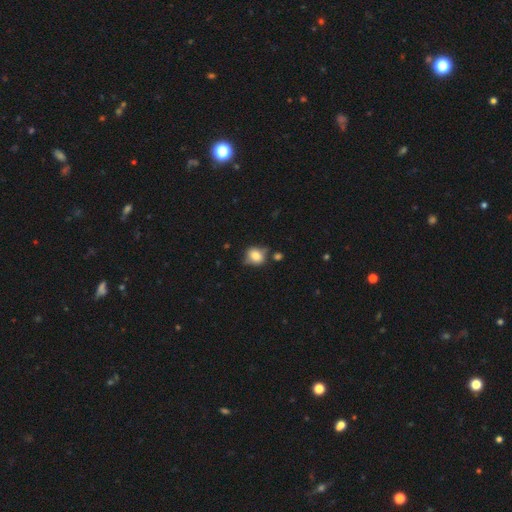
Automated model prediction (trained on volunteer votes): smooth 72%, featured or disk 18%, star or artifact 10%. Down the decision tree: how rounded — round (65%); merging — none (62%).